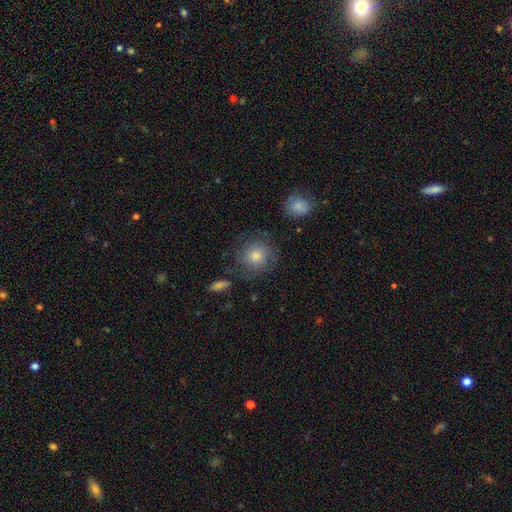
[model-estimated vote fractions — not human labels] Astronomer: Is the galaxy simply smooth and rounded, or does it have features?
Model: smooth — 61%.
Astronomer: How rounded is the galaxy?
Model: round — 90%.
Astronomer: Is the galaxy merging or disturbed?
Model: none — 77%.